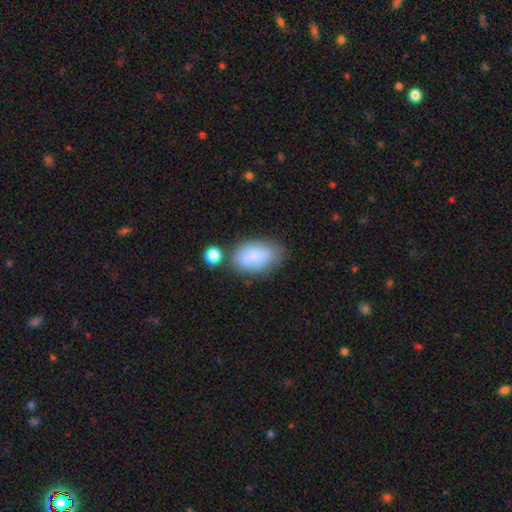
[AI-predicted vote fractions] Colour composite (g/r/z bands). It shows a smooth galaxy with no disk features (76%) that is in between round and cigar-shaped (90%). Merging: none (51%).